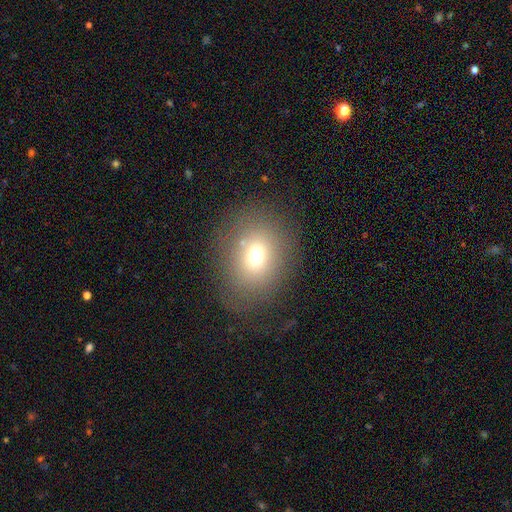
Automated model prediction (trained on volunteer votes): Morphology: type=smooth (69%); roundness=round (61%); merging=none (79%).